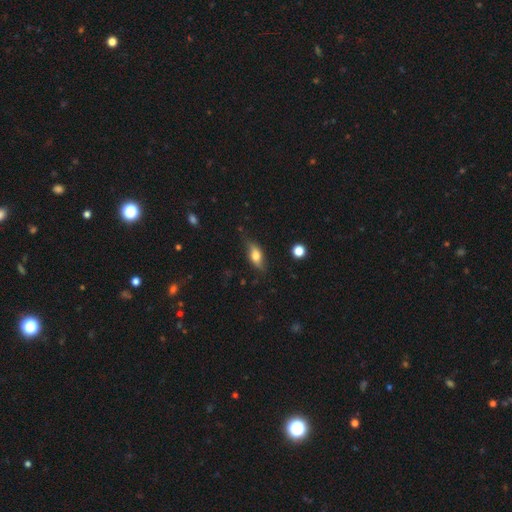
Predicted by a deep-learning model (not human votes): smooth_or_featured: smooth (p=0.61) [alt: featured or disk p=0.31]
how_rounded: in between (p=0.77) [alt: cigar-shaped p=0.17]
merging: none (p=0.73) [alt: minor disturbance p=0.21]